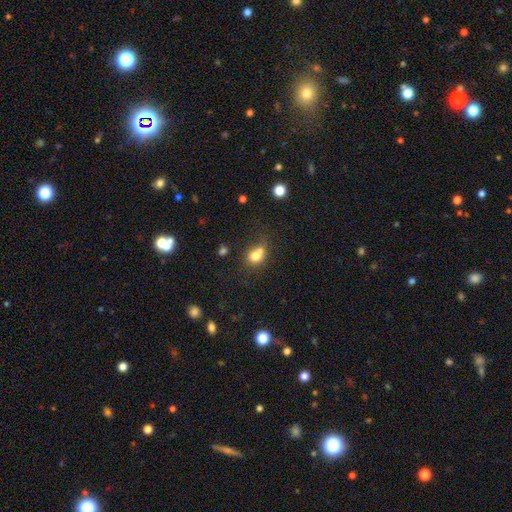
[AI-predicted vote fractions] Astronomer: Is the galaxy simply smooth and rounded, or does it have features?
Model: smooth — 74%.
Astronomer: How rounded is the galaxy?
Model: round — 61% (runner-up: in between, 38%).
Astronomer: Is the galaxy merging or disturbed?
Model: merger — 43% (runner-up: none, 37%).